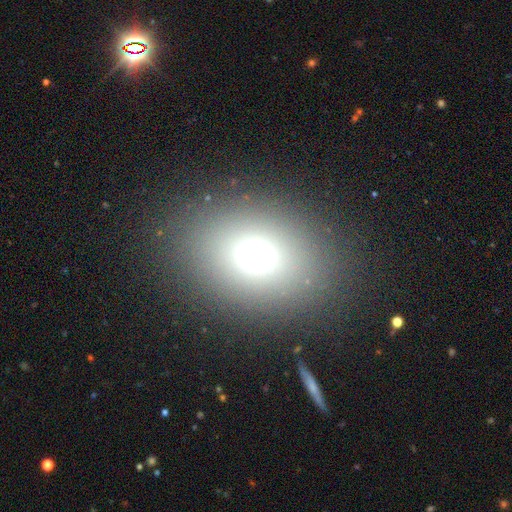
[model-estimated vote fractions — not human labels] Smooth or featured? Predicted: smooth (p=0.69). How rounded? Predicted: in between (p=0.60). Merging? Predicted: none (p=0.86).